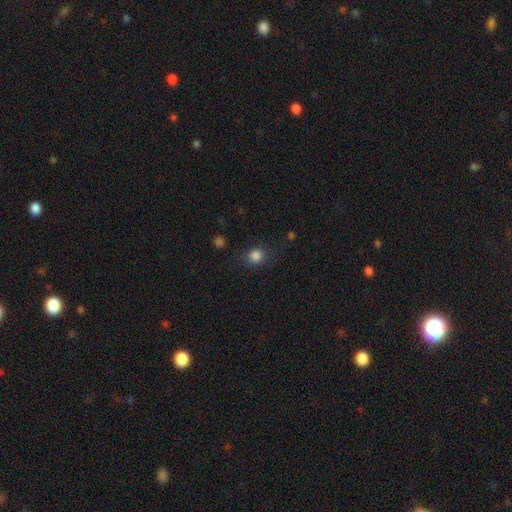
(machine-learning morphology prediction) smooth_or_featured: smooth (p=0.82) [alt: star or artifact p=0.12]
how_rounded: round (p=0.75) [alt: in between p=0.24]
merging: none (p=0.75) [alt: minor disturbance p=0.16]